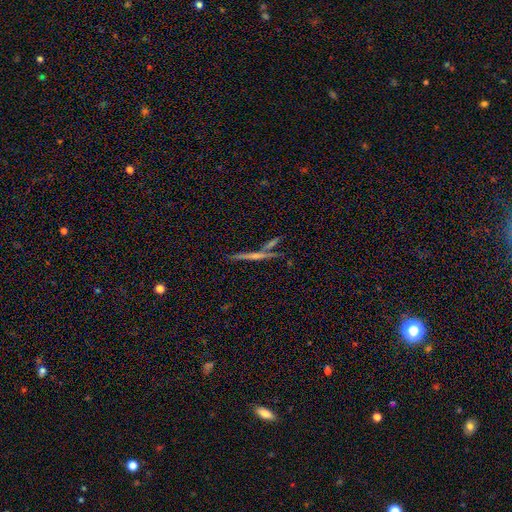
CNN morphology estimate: smooth_or_featured: featured or disk (p=0.58) [alt: smooth p=0.30]
disk_edge_on: yes (p=0.95) [alt: no p=0.05]
edge_on_bulge: none (p=0.53) [alt: rounded p=0.38]
merging: none (p=0.73) [alt: merger p=0.15]